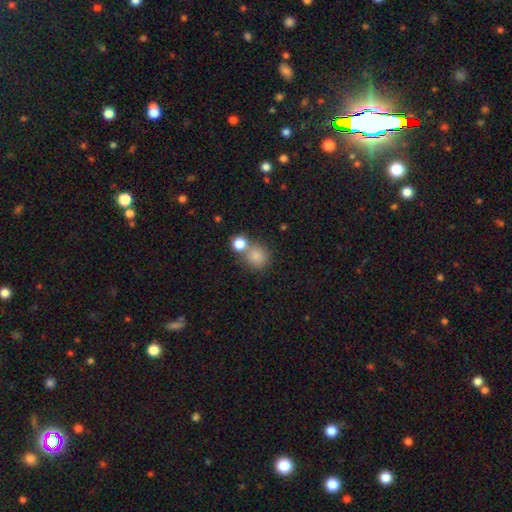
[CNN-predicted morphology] Smooth or featured: smooth — 82% (star or artifact — 11%)
How rounded: round — 89% (in between — 10%)
Merging: none — 56% (merger — 31%)